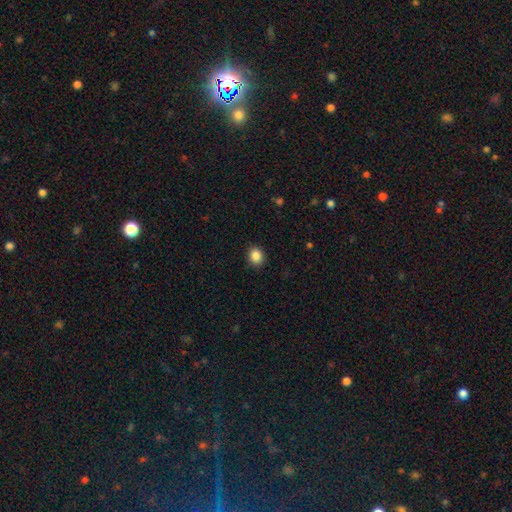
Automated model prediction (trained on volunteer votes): smooth_or_featured: smooth (p=0.87) [alt: star or artifact p=0.10]
how_rounded: round (p=0.66) [alt: in between p=0.33]
merging: none (p=0.90) [alt: minor disturbance p=0.07]